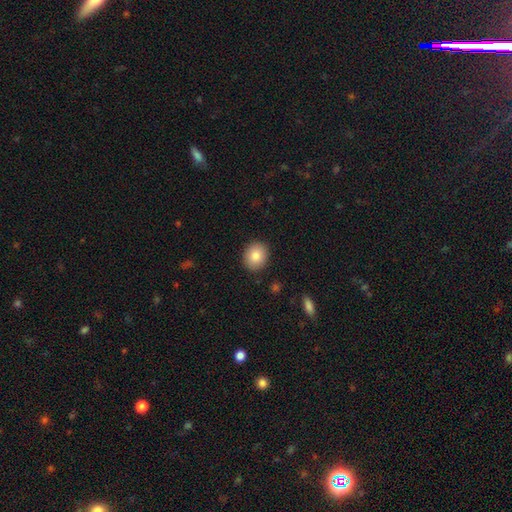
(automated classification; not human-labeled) Smooth or featured? Predicted: smooth (p=0.86). How rounded? Predicted: round (p=0.63). Merging? Predicted: none (p=0.89).